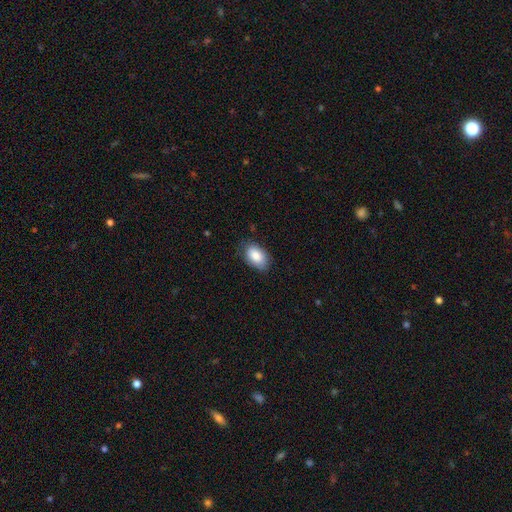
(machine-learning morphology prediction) smooth_or_featured: smooth (p=0.87) [alt: star or artifact p=0.07]
how_rounded: in between (p=0.92) [alt: round p=0.06]
merging: none (p=0.78) [alt: minor disturbance p=0.18]